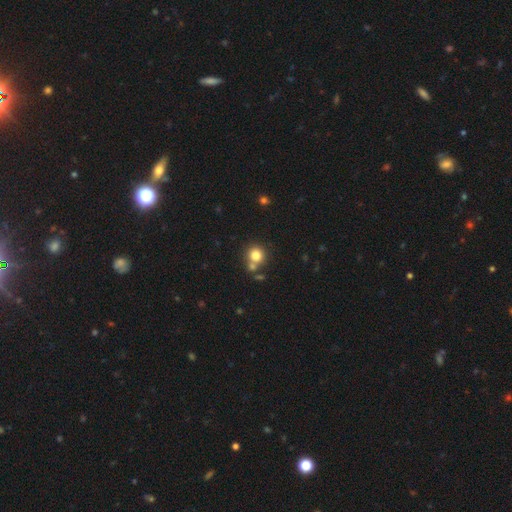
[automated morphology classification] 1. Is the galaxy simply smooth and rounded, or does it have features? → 80% smooth, 12% star or artifact, 8% featured or disk.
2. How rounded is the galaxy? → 89% round, 10% in between, 1% cigar-shaped.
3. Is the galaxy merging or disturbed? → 65% none, 22% merger, 9% minor disturbance, 3% major disturbance.